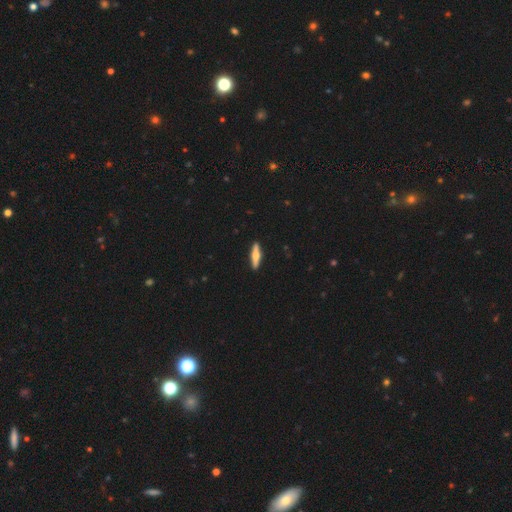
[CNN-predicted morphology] featured or disk 55%, smooth 40%, star or artifact 5%. Down the decision tree: edge-on disk — yes (95%); edge-on bulge — rounded (92%); merging — none (91%).